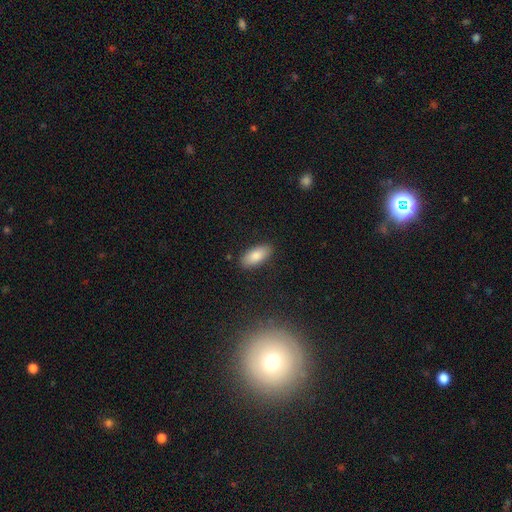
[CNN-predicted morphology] Smooth or featured?
  - smooth: 84% *
  - featured or disk: 9%
  - star or artifact: 7%
How rounded?
  - in between: 87% *
  - cigar-shaped: 11%
  - round: 2%
Merging?
  - none: 87% *
  - minor disturbance: 10%
  - major disturbance: 2%
  - merger: 1%